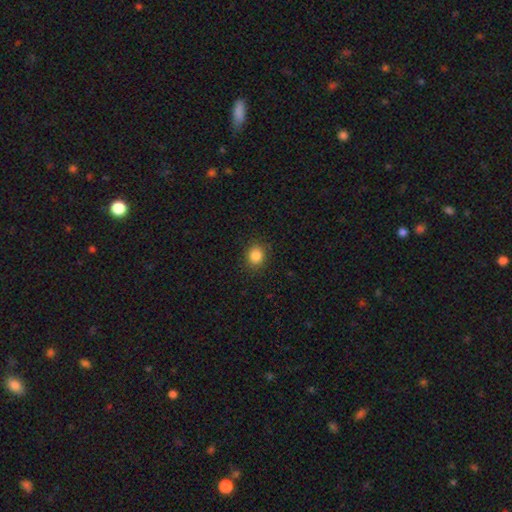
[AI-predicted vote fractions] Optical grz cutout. It shows a smooth galaxy with no disk features (86%) that is round (79%). Merging: none (88%).